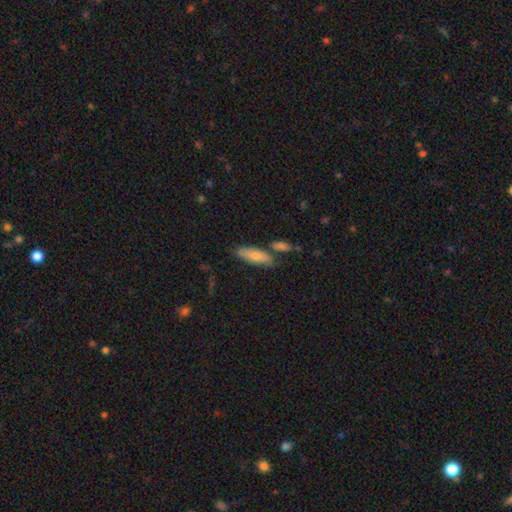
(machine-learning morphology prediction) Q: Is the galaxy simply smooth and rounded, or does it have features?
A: smooth — 78%.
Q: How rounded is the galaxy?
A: in between — 60%.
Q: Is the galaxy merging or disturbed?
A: none — 66%.